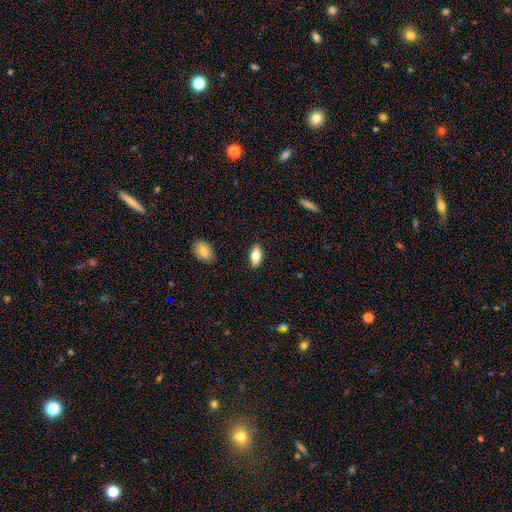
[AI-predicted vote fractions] smooth-or-featured: smooth: 72% | featured or disk: 22% | star or artifact: 7%
  how-rounded: in between: 83% | cigar-shaped: 15% | round: 3%
  merging: none: 89% | minor disturbance: 8% | major disturbance: 2% | merger: 1%